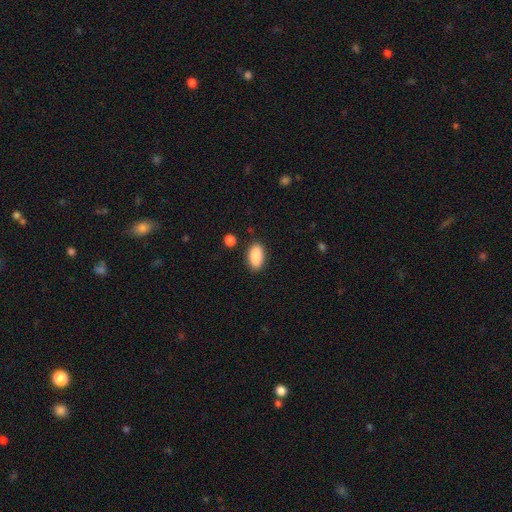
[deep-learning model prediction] A smooth galaxy with no disk features (89%) that is in between round and cigar-shaped (92%). Merging: none (85%).